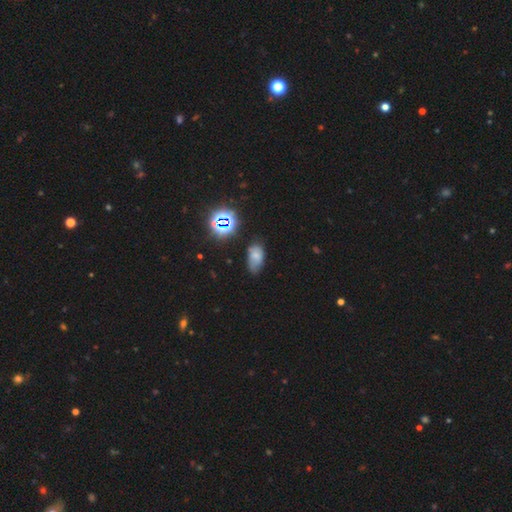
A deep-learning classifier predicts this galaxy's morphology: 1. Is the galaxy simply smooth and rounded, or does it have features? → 64% smooth, 20% star or artifact, 16% featured or disk.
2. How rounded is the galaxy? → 91% in between, 7% round, 2% cigar-shaped.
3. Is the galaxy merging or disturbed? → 56% none, 32% minor disturbance, 9% major disturbance, 3% merger.